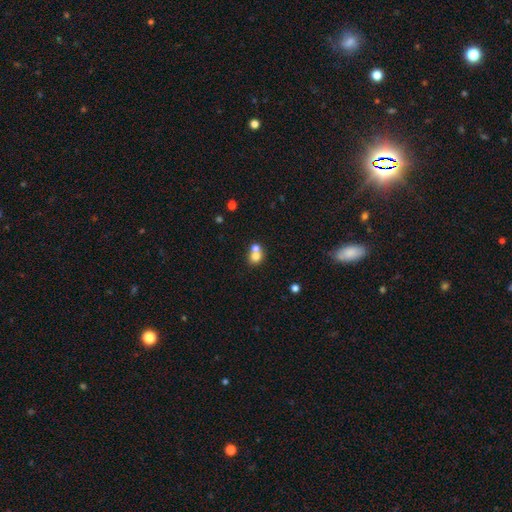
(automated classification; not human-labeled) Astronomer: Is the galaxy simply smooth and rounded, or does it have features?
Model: smooth — 73%.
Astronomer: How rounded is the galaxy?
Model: round — 73%.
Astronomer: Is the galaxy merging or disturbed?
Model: merger — 57% (runner-up: none, 34%).